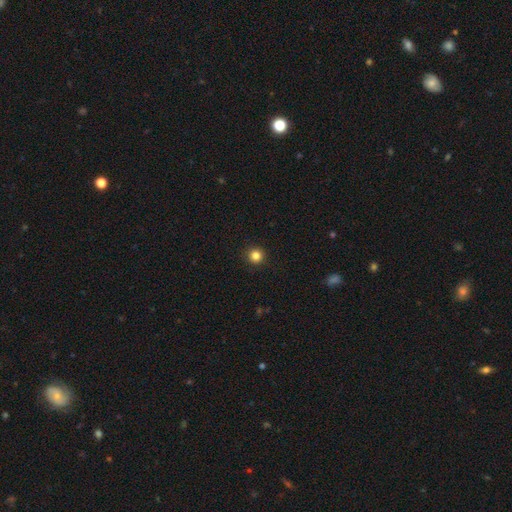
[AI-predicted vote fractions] smooth 84%, star or artifact 12%, featured or disk 4%. Down the decision tree: how rounded — round (96%); merging — none (93%).